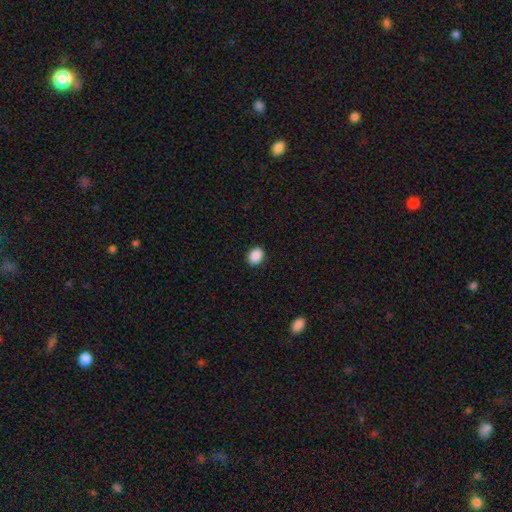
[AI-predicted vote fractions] Q: Smooth or featured?
A: smooth (90%); runner-up: star or artifact (8%)
Q: How rounded?
A: in between (63%); runner-up: round (36%)
Q: Merging?
A: none (90%); runner-up: minor disturbance (7%)